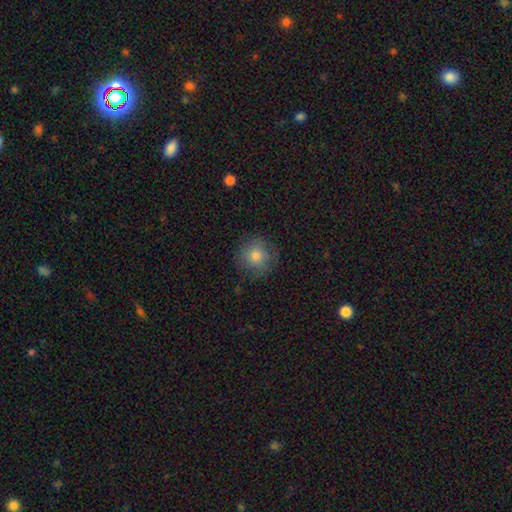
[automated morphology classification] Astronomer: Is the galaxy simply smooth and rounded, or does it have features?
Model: smooth — 78%.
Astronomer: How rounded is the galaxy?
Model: round — 93%.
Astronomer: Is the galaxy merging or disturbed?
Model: none — 81%.